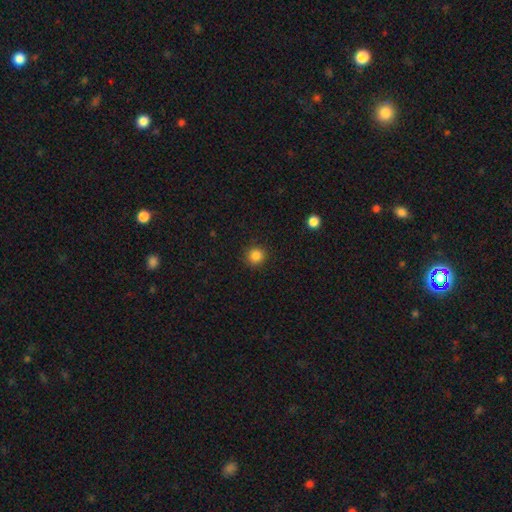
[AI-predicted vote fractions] The model was most divided on "smooth or featured": smooth: 85%, star or artifact: 11%, featured or disk: 3%. More confident: how rounded — round (92%); merging — none (91%).